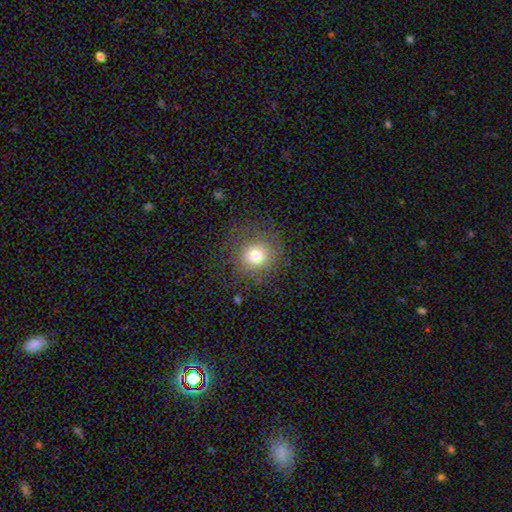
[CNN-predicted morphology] Overall: smooth (74%). How rounded: round (90%). Merging: none (78%).